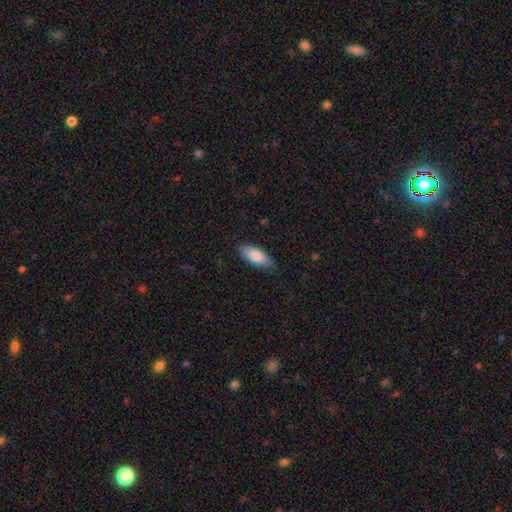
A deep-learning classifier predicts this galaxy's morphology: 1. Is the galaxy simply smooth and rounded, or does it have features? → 83% smooth, 12% featured or disk, 6% star or artifact.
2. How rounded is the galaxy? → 82% in between, 16% cigar-shaped, 2% round.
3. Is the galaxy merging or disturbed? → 79% none, 17% minor disturbance, 3% major disturbance, 1% merger.